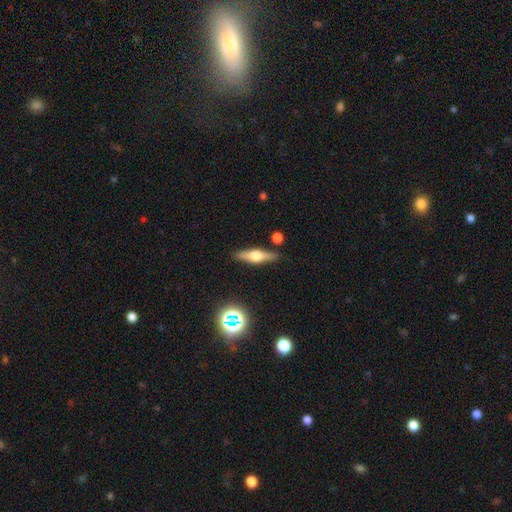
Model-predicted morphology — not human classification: A featured or disk galaxy (60%) viewed edge-on (95%) with a rounded central bulge (92%). Merging: none (87%).